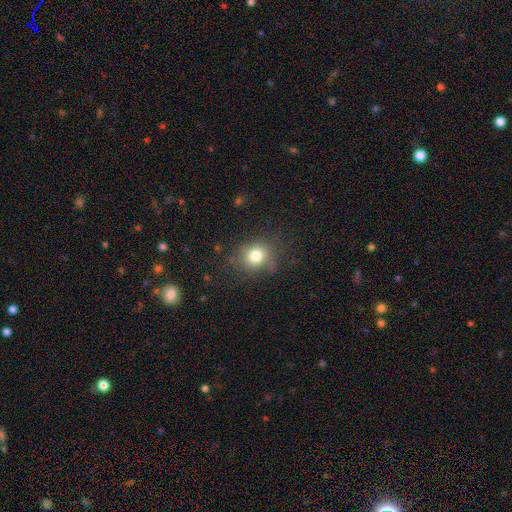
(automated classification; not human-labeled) Smooth or featured?
  - smooth: 78% *
  - star or artifact: 13%
  - featured or disk: 9%
How rounded?
  - round: 76% *
  - in between: 24%
  - cigar-shaped: 1%
Merging?
  - none: 79% *
  - minor disturbance: 14%
  - major disturbance: 5%
  - merger: 2%